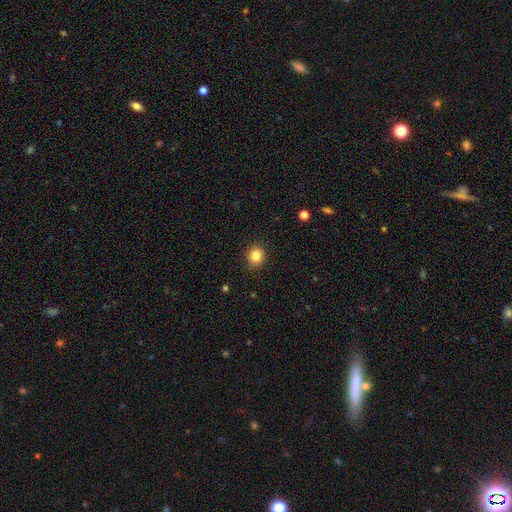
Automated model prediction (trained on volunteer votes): Smooth or featured?
  - smooth: 84% *
  - star or artifact: 11%
  - featured or disk: 5%
How rounded?
  - round: 80% *
  - in between: 19%
  - cigar-shaped: 1%
Merging?
  - none: 89% *
  - minor disturbance: 8%
  - major disturbance: 2%
  - merger: 1%